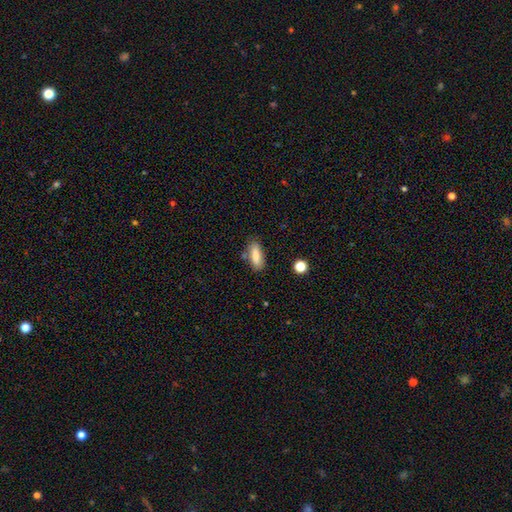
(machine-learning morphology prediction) A smooth galaxy with no disk features (81%) that is in between round and cigar-shaped (70%). Merging: none (77%).